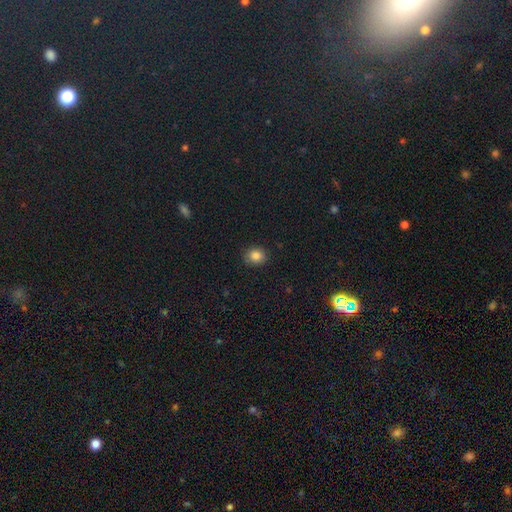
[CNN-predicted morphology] This is clearly a smooth galaxy (85%). How rounded: likely round (64%). Merging: clearly none (87%).